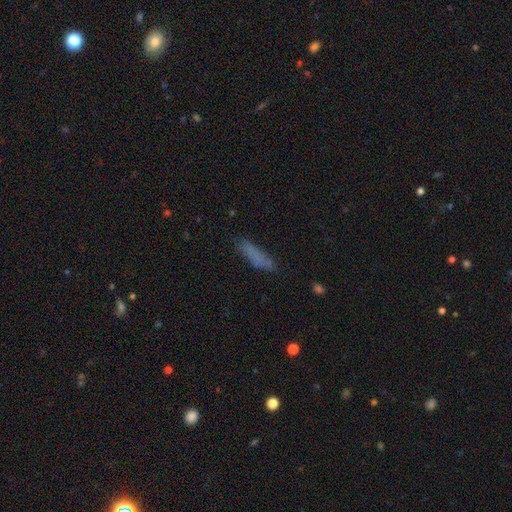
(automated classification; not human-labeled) Smooth or featured? Predicted: smooth (p=0.75). How rounded? Predicted: cigar-shaped (p=0.77). Merging? Predicted: none (p=0.75).